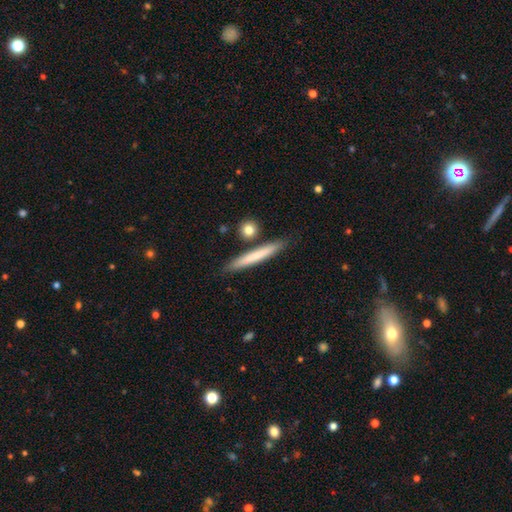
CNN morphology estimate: smooth_or_featured: smooth (p=0.68) [alt: featured or disk p=0.27]
how_rounded: cigar-shaped (p=0.96) [alt: in between p=0.03]
merging: none (p=0.85) [alt: minor disturbance p=0.09]